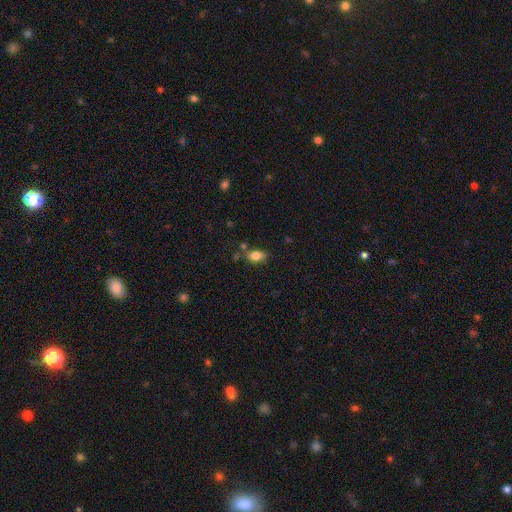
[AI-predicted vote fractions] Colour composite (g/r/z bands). It shows a smooth galaxy with no disk features (81%) that is in between round and cigar-shaped (81%). Merging: none (65%).